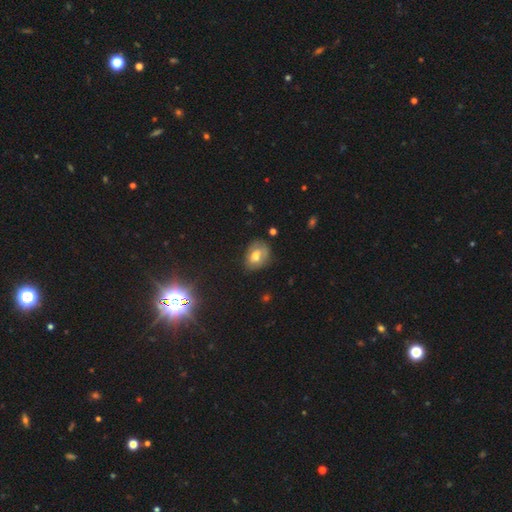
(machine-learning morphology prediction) smooth 60%, featured or disk 28%, star or artifact 12%. Down the decision tree: how rounded — in between (68%); merging — none (59%).